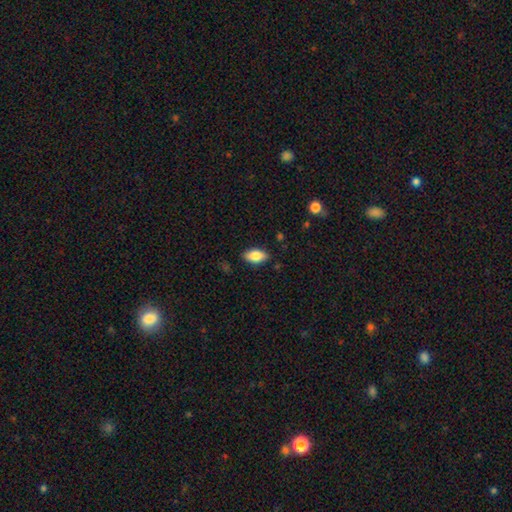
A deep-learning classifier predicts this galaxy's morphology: The model was most divided on "smooth or featured": smooth: 83%, featured or disk: 10%, star or artifact: 7%. More confident: how rounded — in between (92%); merging — none (85%).